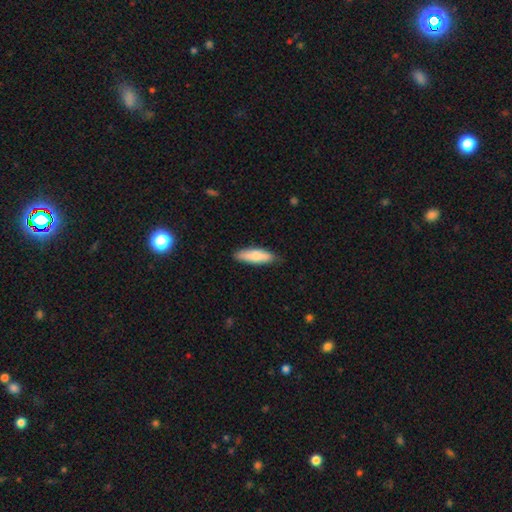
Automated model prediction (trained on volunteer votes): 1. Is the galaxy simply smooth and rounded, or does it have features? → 77% smooth, 17% featured or disk, 6% star or artifact.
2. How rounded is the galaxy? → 50% in between, 48% cigar-shaped, 2% round.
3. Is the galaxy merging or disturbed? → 82% none, 14% minor disturbance, 2% major disturbance, 1% merger.